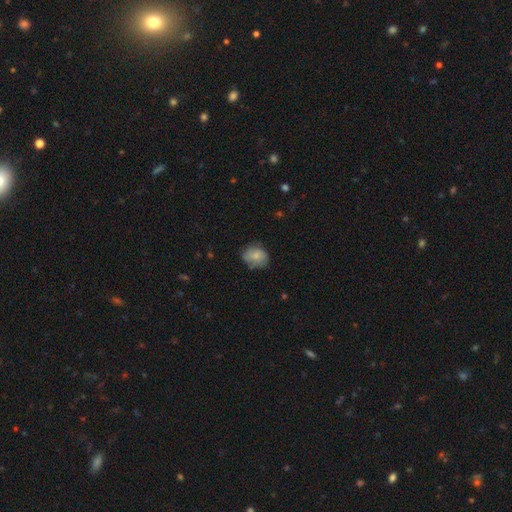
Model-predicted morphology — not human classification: Overall: smooth (72%). How rounded: round (61%; in between 38%). Merging: none (63%; minor disturbance 27%).